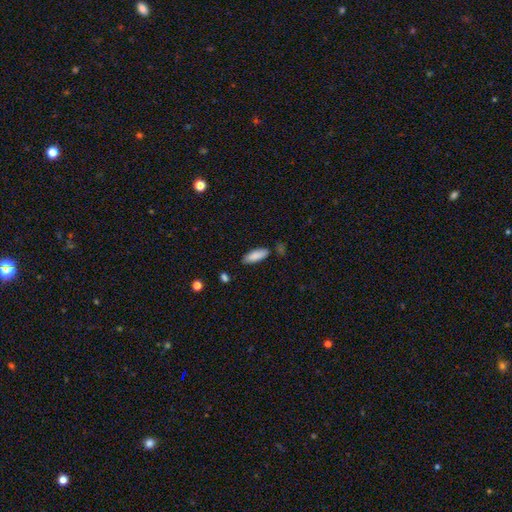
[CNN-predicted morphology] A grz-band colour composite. It shows a smooth galaxy with no disk features (87%) that is in between round and cigar-shaped (67%). Merging: none (79%).